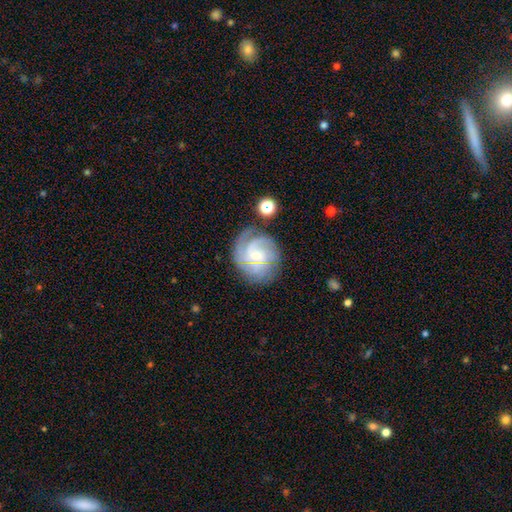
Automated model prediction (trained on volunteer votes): smooth-or-featured: featured or disk: 75% | smooth: 16% | star or artifact: 8%
  disk-edge-on: no: 97% | yes: 3%
    bar: no: 60% | weak: 35% | strong: 5%
    has-spiral-arms: yes: 94% | no: 6%
      spiral-winding: tight: 61% | medium: 30% | loose: 9%
      spiral-arm-count: can't tell: 35% | 3: 22% | 4: 18% | 2: 11% | more than 4: 8% | 1: 6%
    bulge-size: small: 68% | moderate: 26% | none: 3% | large: 2% | dominant: 1%
  merging: none: 70% | minor disturbance: 18% | major disturbance: 9% | merger: 4%